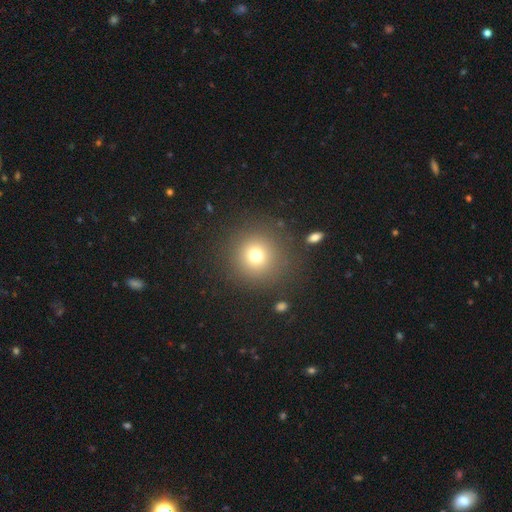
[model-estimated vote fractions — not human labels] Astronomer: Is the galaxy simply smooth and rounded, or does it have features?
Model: smooth — 73%.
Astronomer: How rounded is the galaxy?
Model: round — 94%.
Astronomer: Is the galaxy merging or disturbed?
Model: none — 86%.